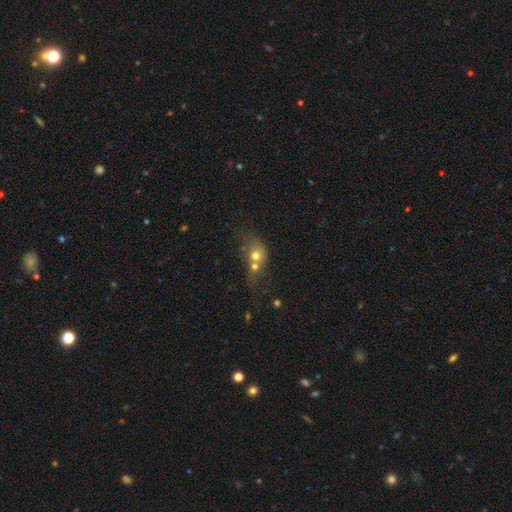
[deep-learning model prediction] A smooth galaxy with no disk features (64%) that is round (57%). Merging: merger (68%).